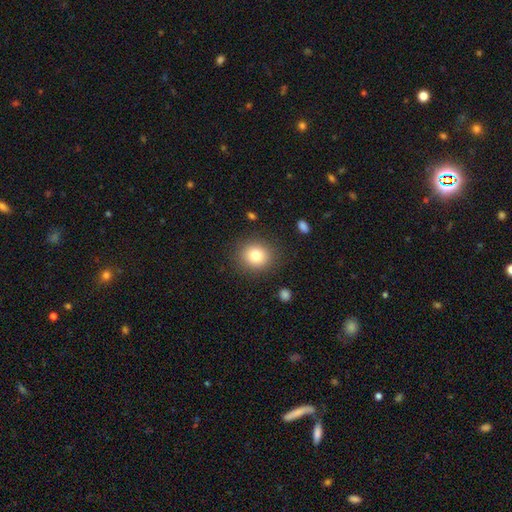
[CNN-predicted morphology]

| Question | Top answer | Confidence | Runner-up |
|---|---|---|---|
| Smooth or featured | smooth | 80% | star or artifact (11%) |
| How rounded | round | 81% | in between (18%) |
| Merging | none | 87% | minor disturbance (8%) |